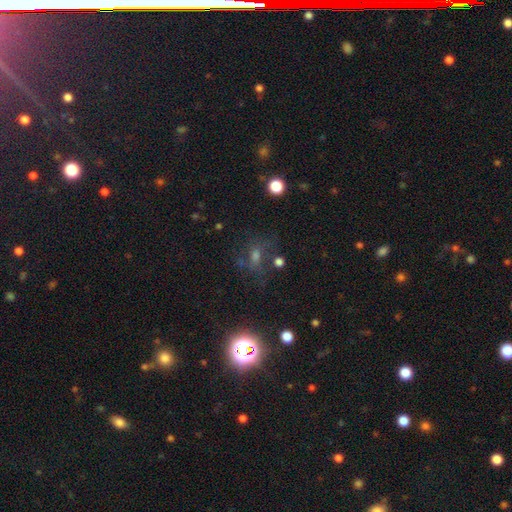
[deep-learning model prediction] Overall: star or artifact (48%; smooth 30%).